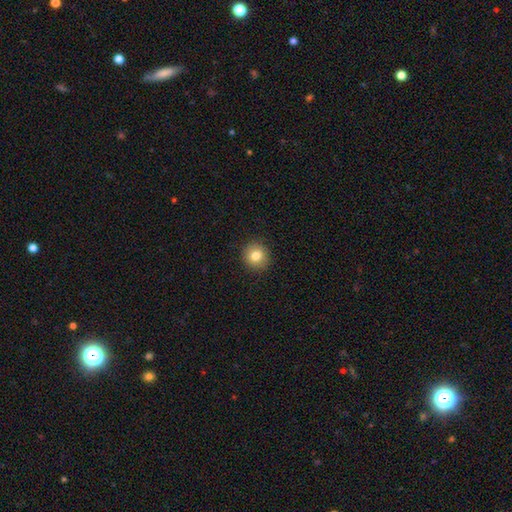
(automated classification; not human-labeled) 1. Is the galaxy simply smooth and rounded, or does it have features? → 82% smooth, 10% star or artifact, 8% featured or disk.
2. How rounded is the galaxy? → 91% round, 8% in between, 1% cigar-shaped.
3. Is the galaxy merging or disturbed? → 92% none, 5% minor disturbance, 2% major disturbance, 1% merger.